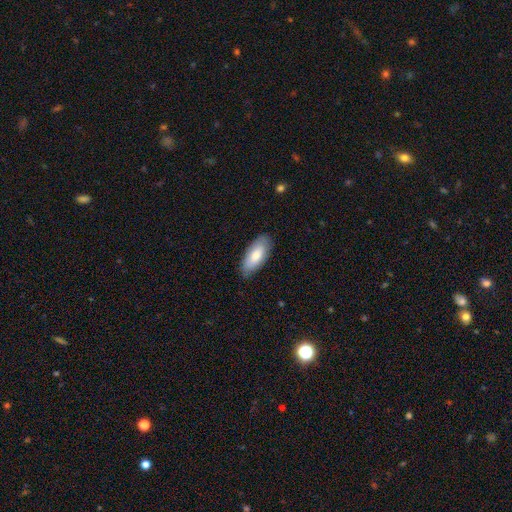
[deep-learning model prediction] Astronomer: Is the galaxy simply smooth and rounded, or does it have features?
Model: smooth — 77%.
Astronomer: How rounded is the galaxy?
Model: in between — 86%.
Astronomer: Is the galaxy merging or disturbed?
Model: none — 83%.